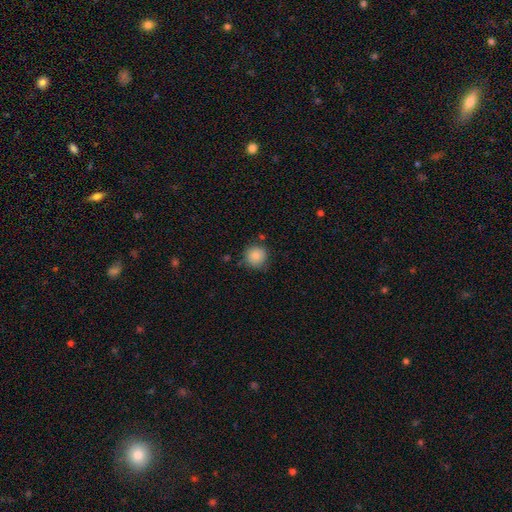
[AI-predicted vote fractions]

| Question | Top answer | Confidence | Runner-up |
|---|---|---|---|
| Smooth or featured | smooth | 85% | star or artifact (9%) |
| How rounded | round | 93% | in between (6%) |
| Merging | none | 82% | minor disturbance (12%) |